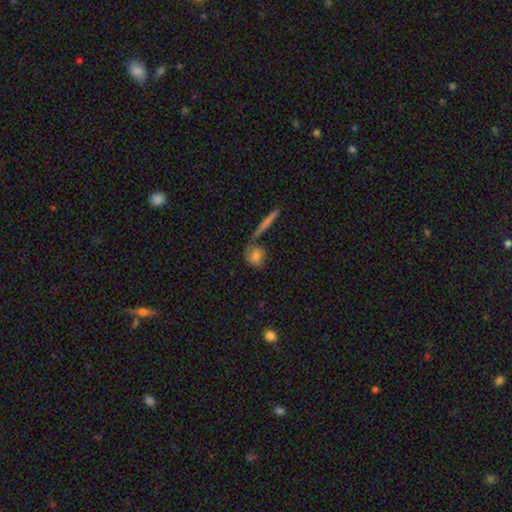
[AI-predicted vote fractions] Smooth or featured? Predicted: smooth (p=0.73). How rounded? Predicted: round (p=0.57). Merging? Predicted: none (p=0.61).